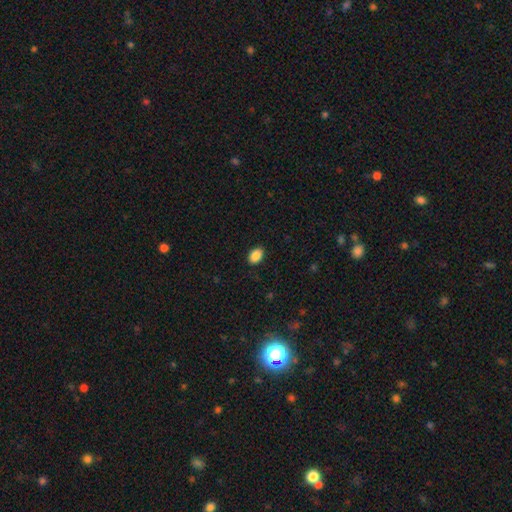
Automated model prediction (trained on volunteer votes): Smooth or featured?
  - smooth: 88% *
  - star or artifact: 8%
  - featured or disk: 4%
How rounded?
  - in between: 82% *
  - round: 17%
  - cigar-shaped: 1%
Merging?
  - none: 88% *
  - minor disturbance: 9%
  - major disturbance: 2%
  - merger: 1%